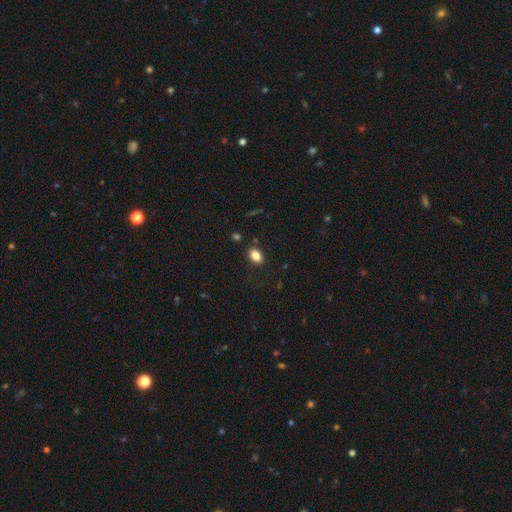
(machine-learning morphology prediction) Smooth or featured? Predicted: smooth (p=0.83). How rounded? Predicted: in between (p=0.82). Merging? Predicted: none (p=0.83).